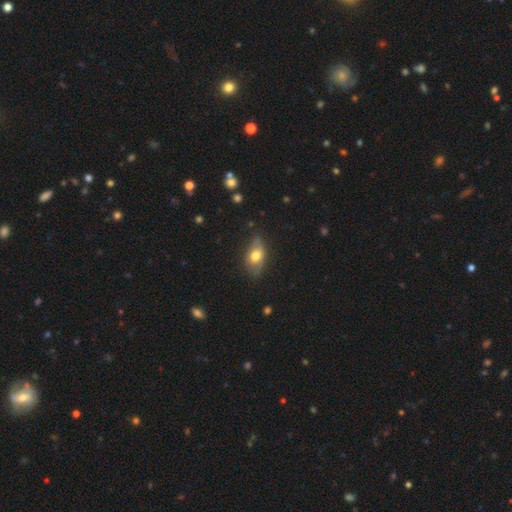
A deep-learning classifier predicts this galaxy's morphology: Overall: smooth (65%; featured or disk 27%). How rounded: in between (86%). Merging: none (69%).